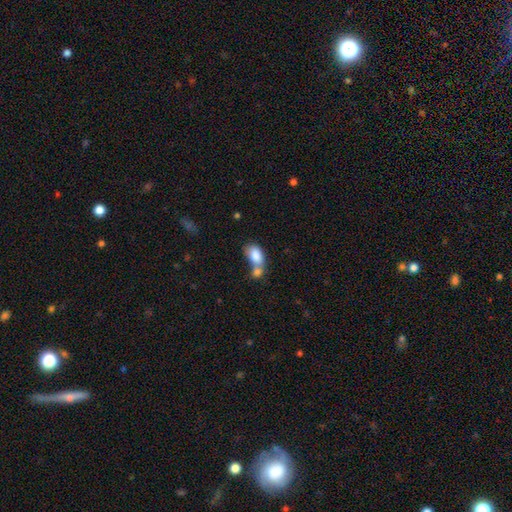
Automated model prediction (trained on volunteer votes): Overall: smooth (80%). How rounded: in between (88%). Merging: merger (62%).